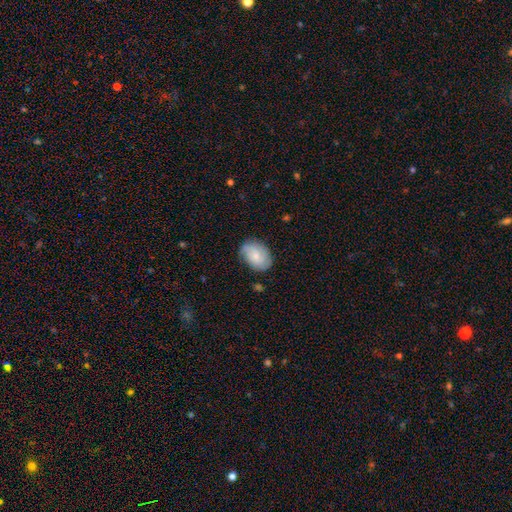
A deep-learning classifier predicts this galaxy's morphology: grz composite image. It shows a smooth galaxy with no disk features (54%) that is in between round and cigar-shaped (77%). Merging: none (75%).